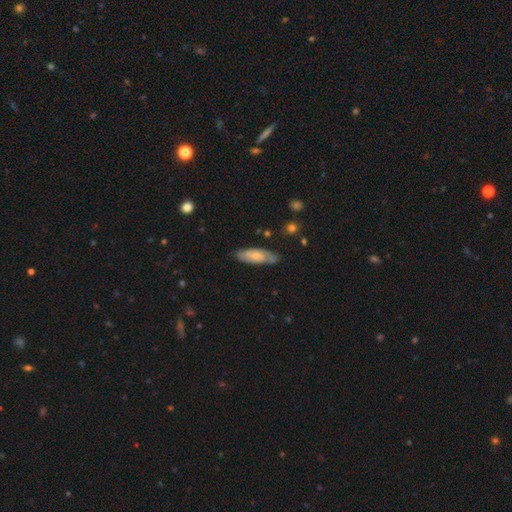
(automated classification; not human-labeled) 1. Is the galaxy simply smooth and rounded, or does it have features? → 49% featured or disk, 45% smooth, 6% star or artifact.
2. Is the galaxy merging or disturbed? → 76% none, 18% minor disturbance, 4% major disturbance, 2% merger.